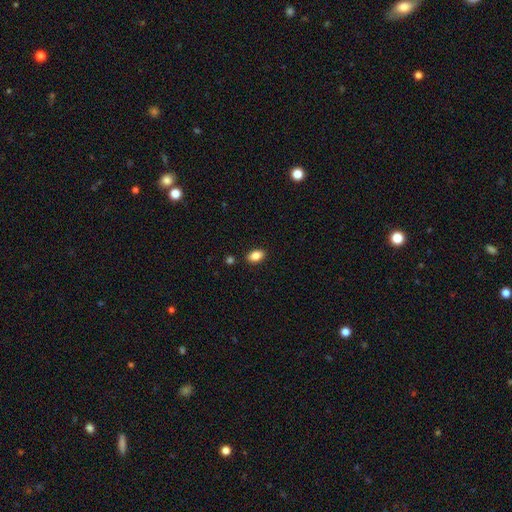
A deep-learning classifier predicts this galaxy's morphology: Smooth or featured: smooth — 86% (star or artifact — 8%)
How rounded: in between — 88% (round — 10%)
Merging: none — 87% (minor disturbance — 8%)